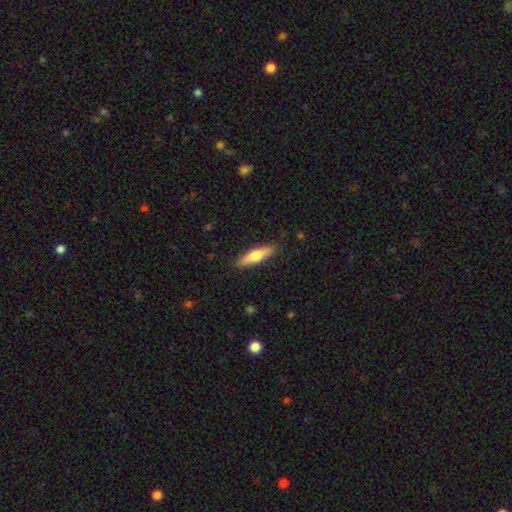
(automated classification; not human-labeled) Morphology: type=smooth (63%); roundness=cigar-shaped (68%); merging=none (87%).